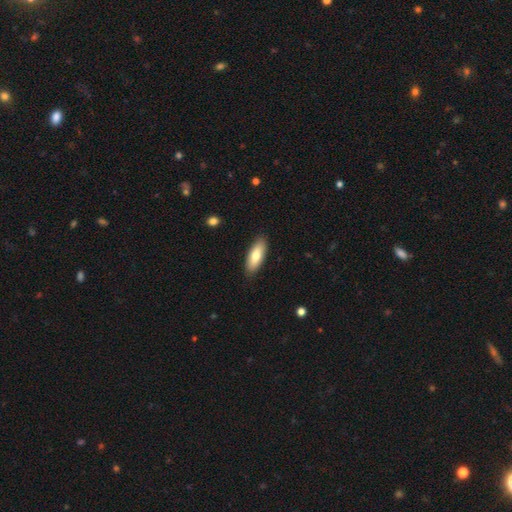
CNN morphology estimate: Overall: smooth (76%). How rounded: in between (72%). Merging: none (87%).